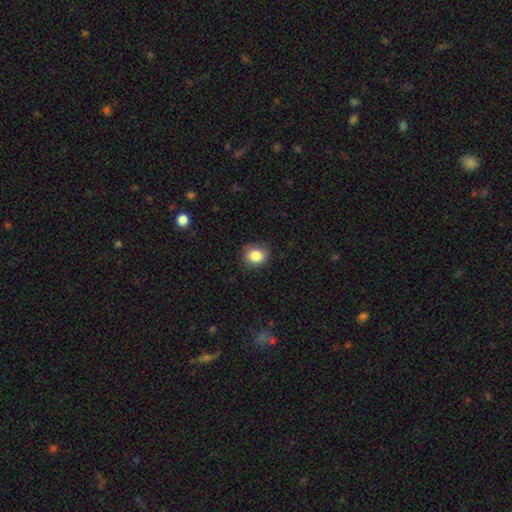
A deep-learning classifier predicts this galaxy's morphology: A smooth galaxy with no disk features (85%) that is round (77%). Merging: none (82%).